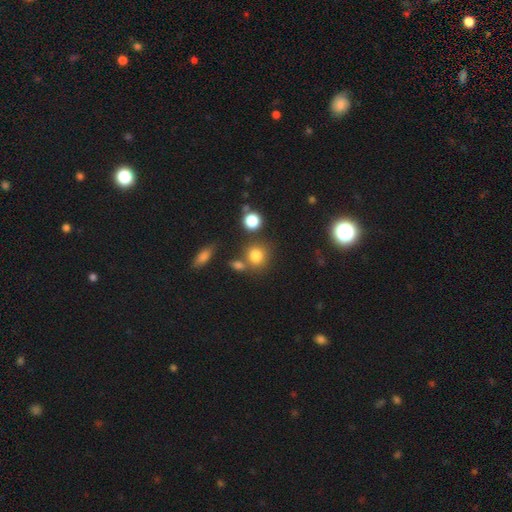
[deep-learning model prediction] smooth-or-featured: smooth: 79% | star or artifact: 13% | featured or disk: 8%
  how-rounded: round: 82% | in between: 17% | cigar-shaped: 1%
  merging: none: 65% | merger: 19% | minor disturbance: 11% | major disturbance: 5%